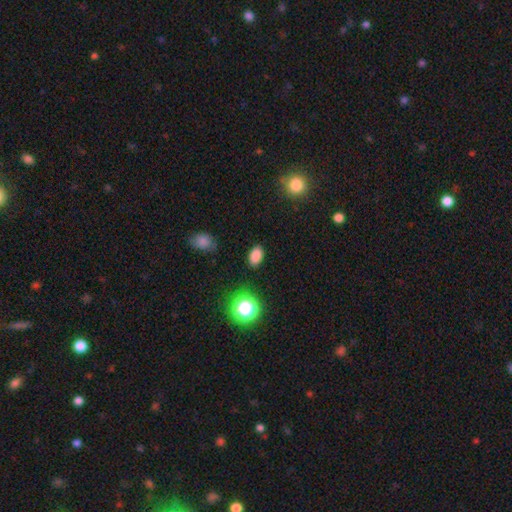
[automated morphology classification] This is clearly a smooth galaxy (84%). How rounded: clearly in between (86%). Merging: clearly none (86%).